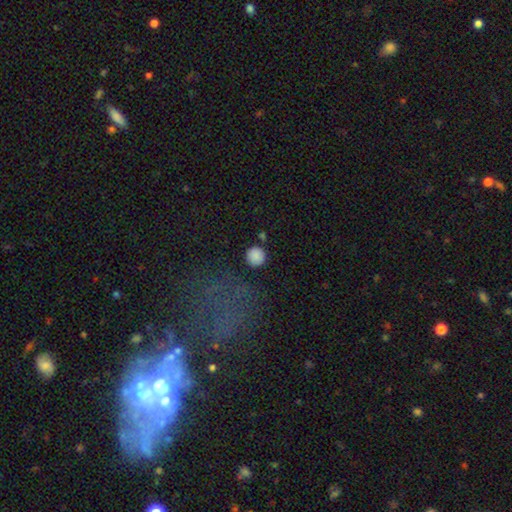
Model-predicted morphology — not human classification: smooth_or_featured: smooth (p=0.86) [alt: star or artifact p=0.10]
how_rounded: round (p=0.95) [alt: in between p=0.04]
merging: none (p=0.86) [alt: minor disturbance p=0.08]